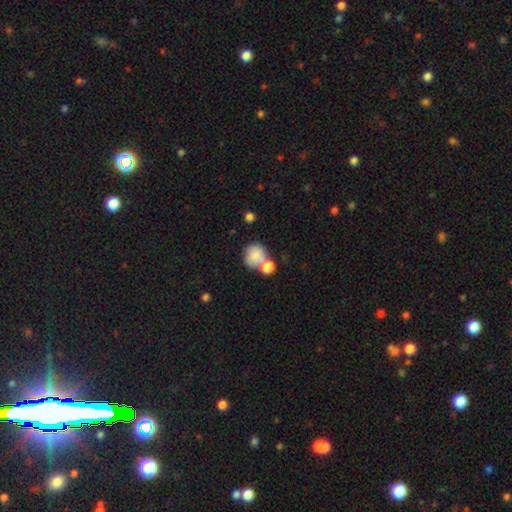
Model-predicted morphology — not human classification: Overall: smooth (81%). How rounded: round (78%). Merging: merger (45%; none 38%).